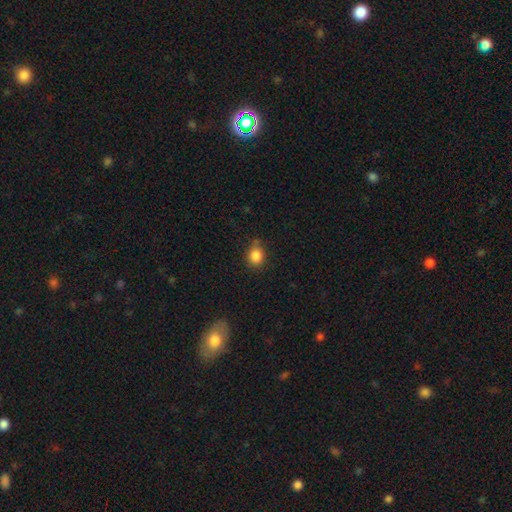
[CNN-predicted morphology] This appears to be a smooth galaxy with no disk features (85%) that is round (63%). Merging: none (68%).